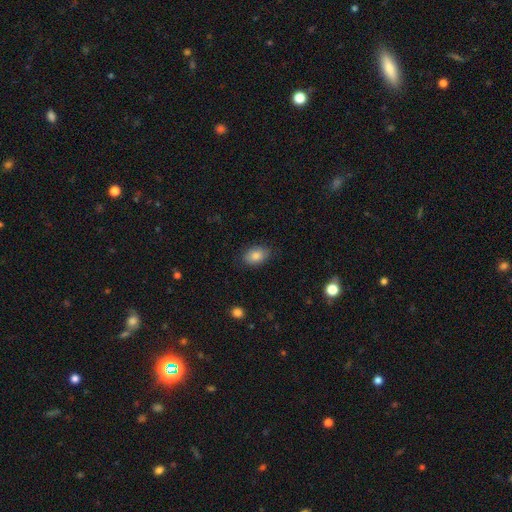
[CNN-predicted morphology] Q: Smooth or featured?
A: smooth (84%); runner-up: featured or disk (8%)
Q: How rounded?
A: in between (79%); runner-up: round (20%)
Q: Merging?
A: none (79%); runner-up: minor disturbance (17%)